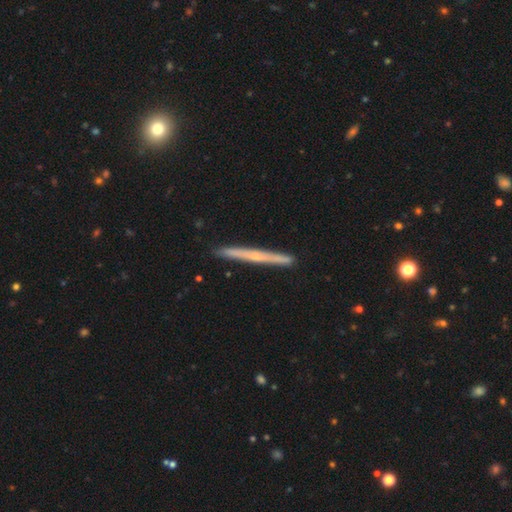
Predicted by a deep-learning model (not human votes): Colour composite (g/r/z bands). It shows a featured or disk galaxy (62%) viewed edge-on (97%) with no central bulge (52%). Merging: none (91%).